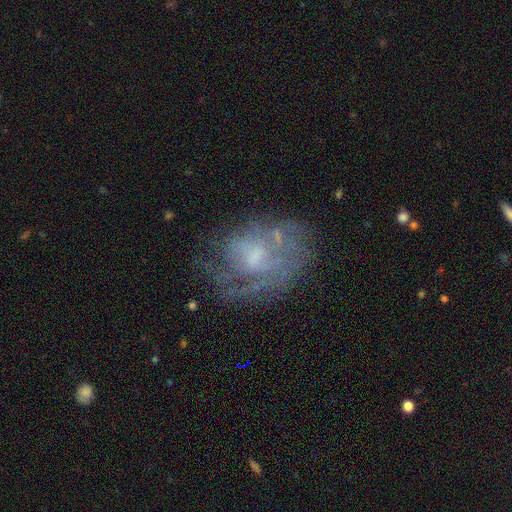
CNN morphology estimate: featured or disk 65%, smooth 24%, star or artifact 11%. Down the decision tree: edge-on disk — no (97%); bar — no (67%); spiral arms — yes (52%); bulge size — moderate (36%); merging — none (53%).